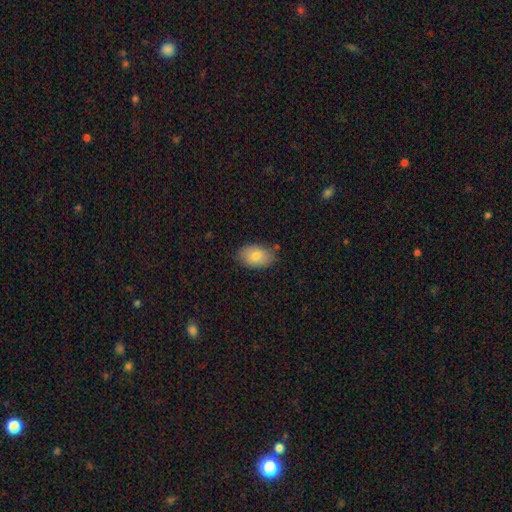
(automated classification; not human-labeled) Smooth or featured? Predicted: smooth (p=0.79). How rounded? Predicted: in between (p=0.90). Merging? Predicted: none (p=0.80).